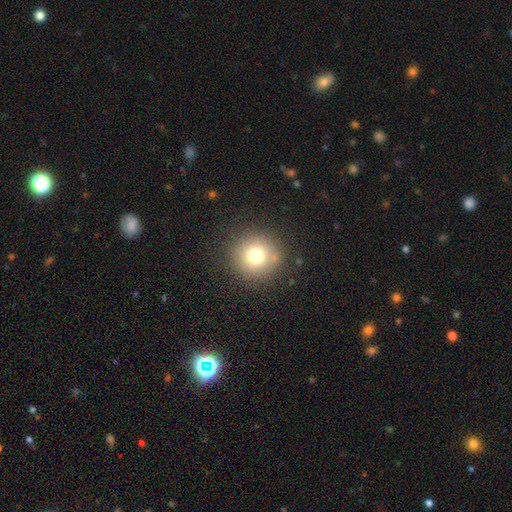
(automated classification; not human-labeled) Morphology: type=smooth (74%); roundness=round (94%); merging=none (87%).